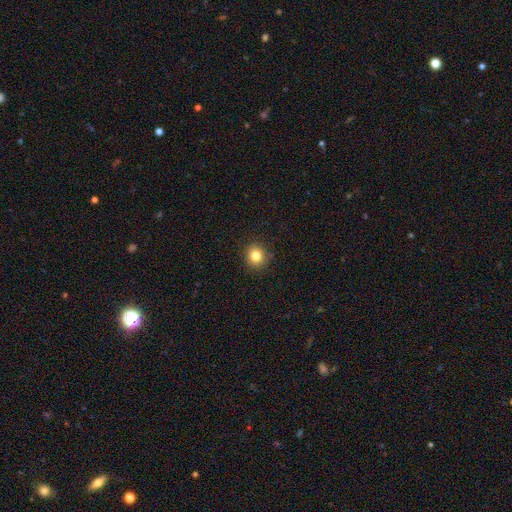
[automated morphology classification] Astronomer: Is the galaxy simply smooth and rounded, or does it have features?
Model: smooth — 82%.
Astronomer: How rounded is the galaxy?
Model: round — 89%.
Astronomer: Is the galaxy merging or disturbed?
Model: none — 91%.